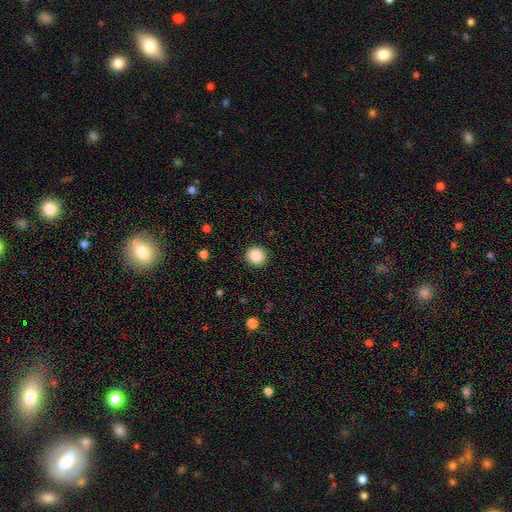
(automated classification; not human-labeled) Smooth or featured?
  - smooth: 88% *
  - star or artifact: 9%
  - featured or disk: 3%
How rounded?
  - round: 92% *
  - in between: 7%
  - cigar-shaped: 1%
Merging?
  - none: 92% *
  - minor disturbance: 5%
  - major disturbance: 2%
  - merger: 1%